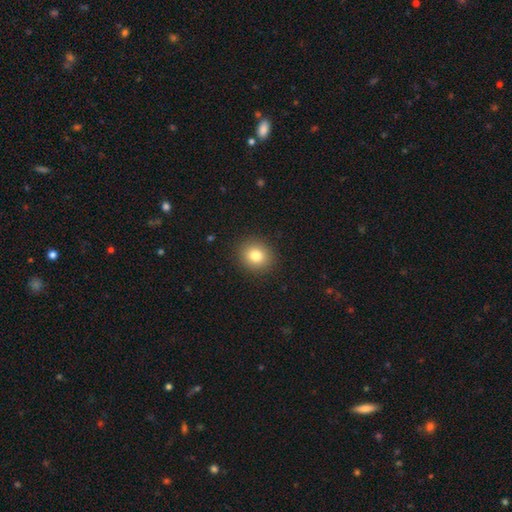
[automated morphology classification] A smooth galaxy with no disk features (82%) that is round (80%).

Vote fractions:
- Smooth or featured? smooth: 82% / star or artifact: 10% / featured or disk: 8%
- How rounded? round: 80% / in between: 19% / cigar-shaped: 1%
- Merging? none: 90% / minor disturbance: 6% / major disturbance: 2% / merger: 1%